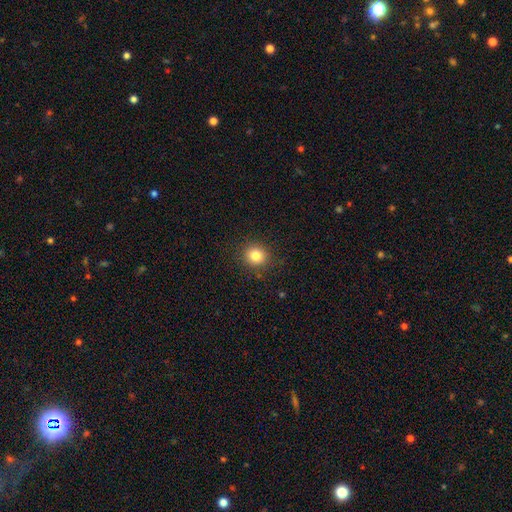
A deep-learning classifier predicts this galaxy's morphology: This is clearly a smooth galaxy (83%). How rounded: clearly round (82%). Merging: clearly none (88%).